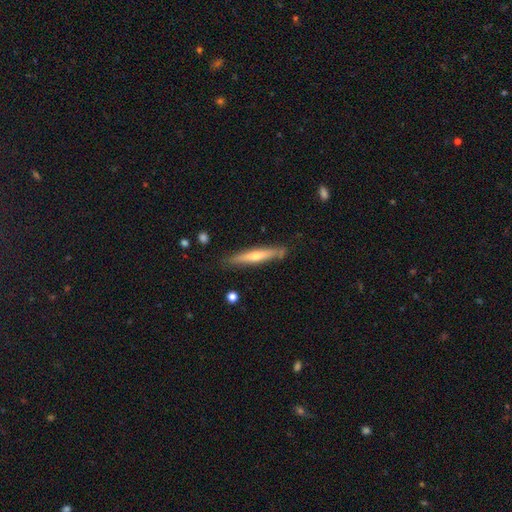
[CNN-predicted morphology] This appears to be a featured or disk galaxy (55%) viewed edge-on (93%) with a rounded central bulge (79%). Merging: none (83%).